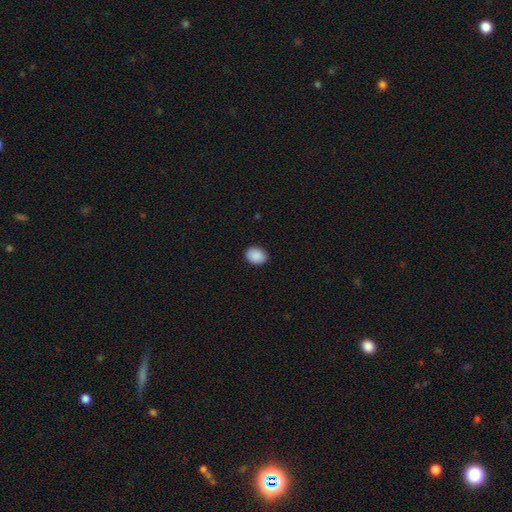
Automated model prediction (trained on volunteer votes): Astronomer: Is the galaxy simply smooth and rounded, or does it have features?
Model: smooth — 90%.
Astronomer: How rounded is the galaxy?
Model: in between — 65%.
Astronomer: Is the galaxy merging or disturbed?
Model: none — 89%.